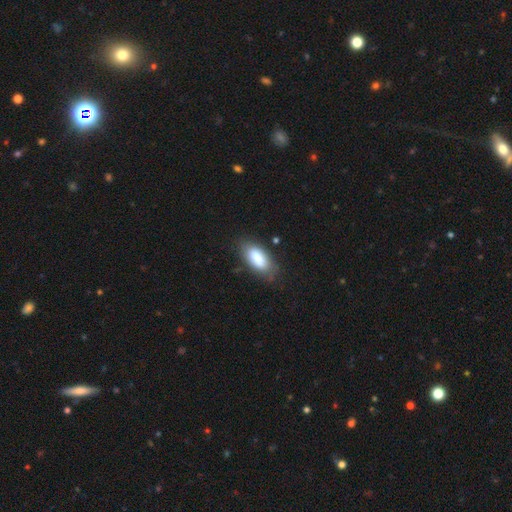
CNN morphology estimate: This is clearly a smooth galaxy (83%). How rounded: clearly in between (85%). Merging: likely none (75%).